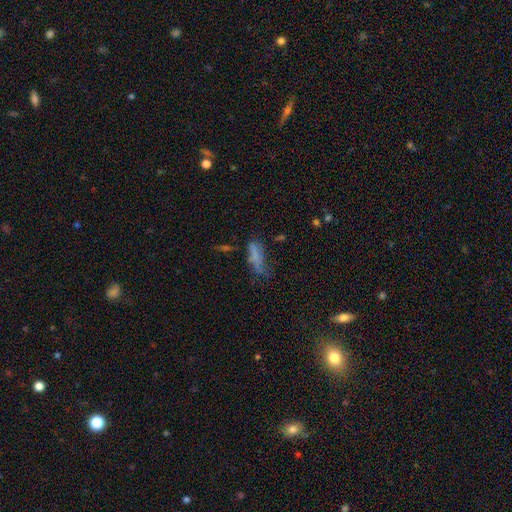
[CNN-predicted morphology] Smooth or featured: smooth — 63% (featured or disk — 22%)
How rounded: cigar-shaped — 51% (in between — 45%)
Merging: none — 37% (minor disturbance — 29%)